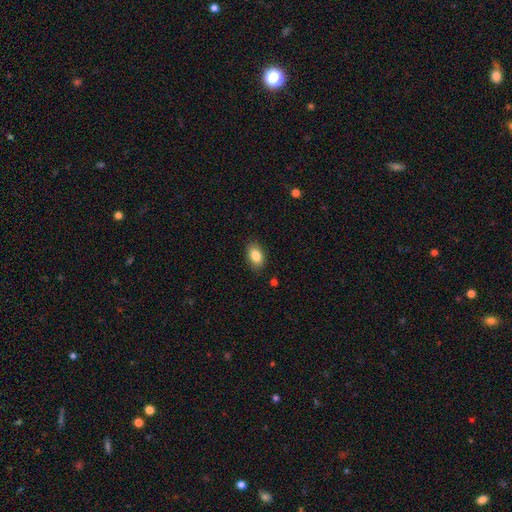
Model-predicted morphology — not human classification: This is clearly a smooth galaxy (84%). How rounded: clearly in between (88%). Merging: clearly none (86%).